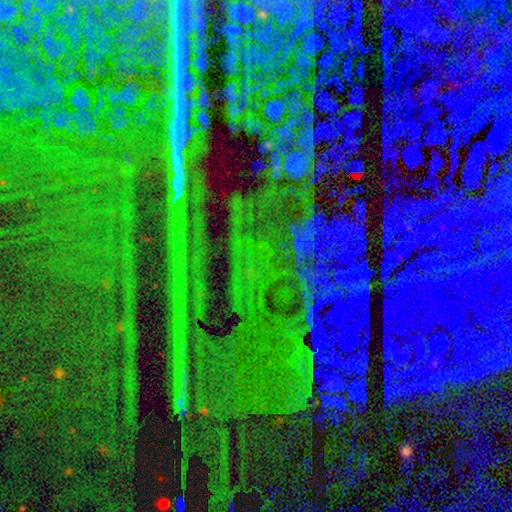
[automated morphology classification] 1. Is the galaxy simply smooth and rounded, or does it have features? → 85% star or artifact, 7% smooth, 7% featured or disk.